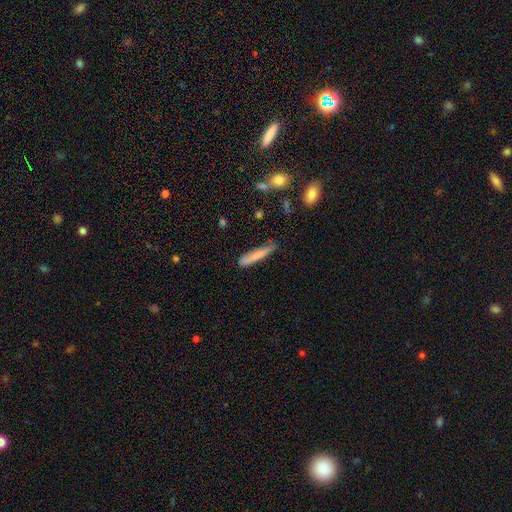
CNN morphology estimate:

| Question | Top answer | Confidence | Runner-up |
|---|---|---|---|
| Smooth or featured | smooth | 72% | featured or disk (22%) |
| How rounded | cigar-shaped | 90% | in between (8%) |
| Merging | none | 75% | minor disturbance (19%) |